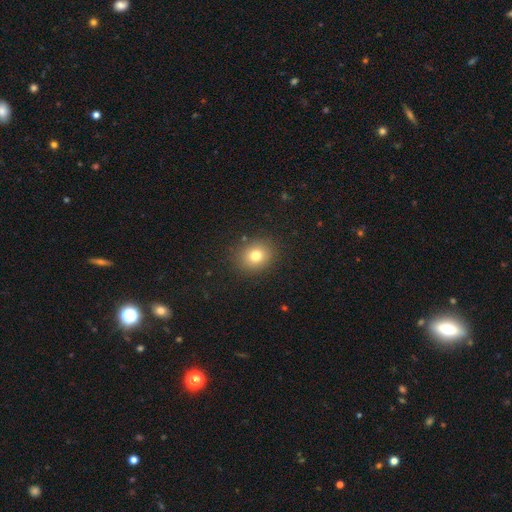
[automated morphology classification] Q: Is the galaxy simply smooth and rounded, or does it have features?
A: smooth — 77%.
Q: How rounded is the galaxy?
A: round — 69%.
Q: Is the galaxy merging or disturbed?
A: none — 88%.